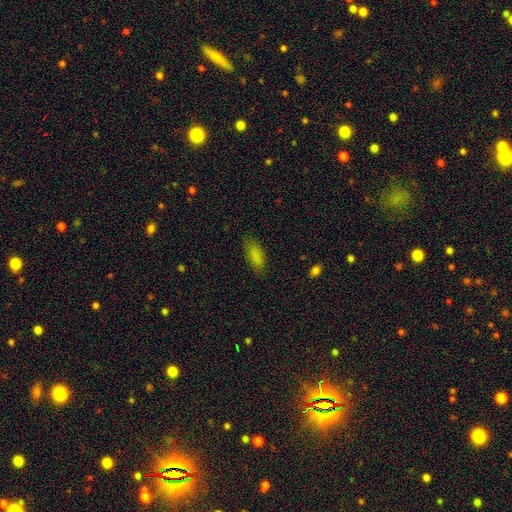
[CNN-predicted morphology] This is clearly a smooth galaxy (85%). How rounded: clearly in between (81%). Merging: clearly none (81%).